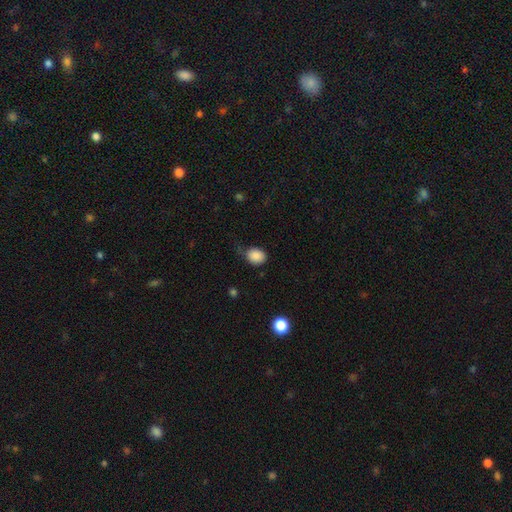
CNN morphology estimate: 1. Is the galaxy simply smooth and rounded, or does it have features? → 87% smooth, 9% star or artifact, 4% featured or disk.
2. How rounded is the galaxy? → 55% round, 44% in between, 1% cigar-shaped.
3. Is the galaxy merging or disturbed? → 61% none, 28% minor disturbance, 8% major disturbance, 2% merger.